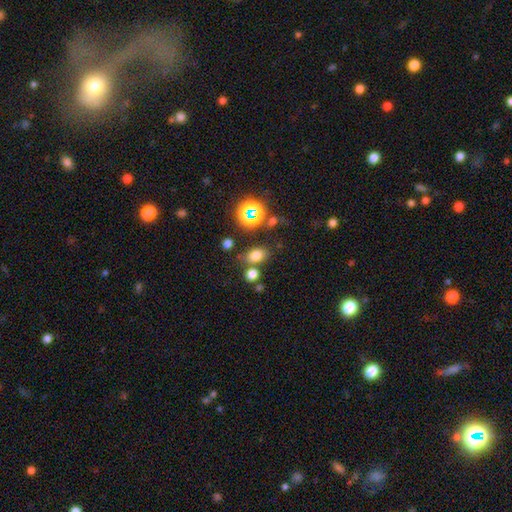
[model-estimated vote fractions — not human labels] Q: Smooth or featured?
A: smooth (73%); runner-up: star or artifact (19%)
Q: How rounded?
A: in between (72%); runner-up: round (26%)
Q: Merging?
A: none (72%); runner-up: merger (12%)